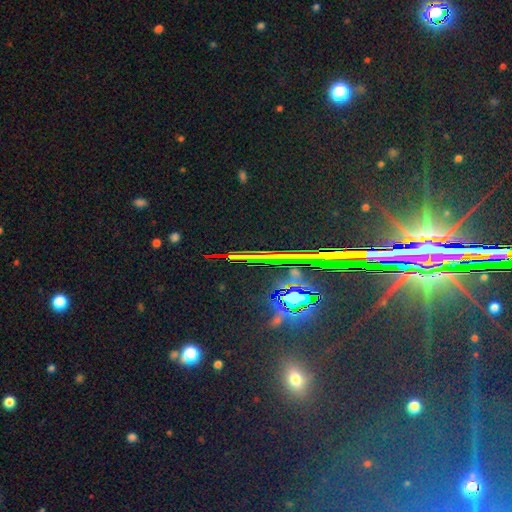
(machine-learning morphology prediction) Overall: star or artifact (82%).